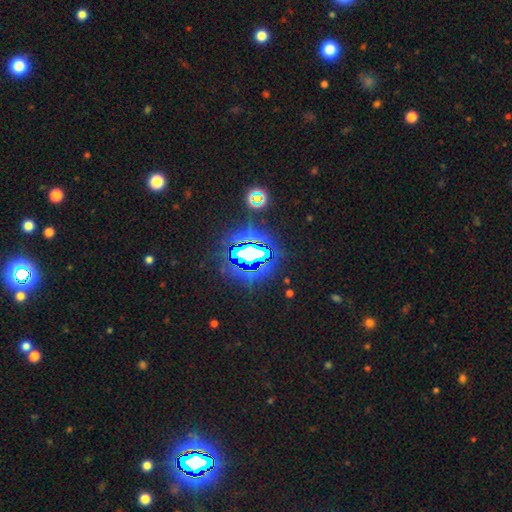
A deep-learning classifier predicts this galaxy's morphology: Smooth or featured?
  - star or artifact: 79% *
  - smooth: 12%
  - featured or disk: 8%